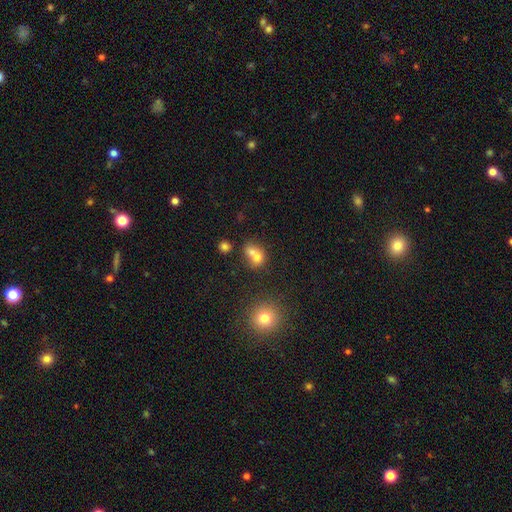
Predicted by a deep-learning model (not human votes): The model was most divided on "how rounded": round: 58%, in between: 41%, cigar-shaped: 1%. More confident: smooth or featured — smooth (71%); merging — merger (63%).